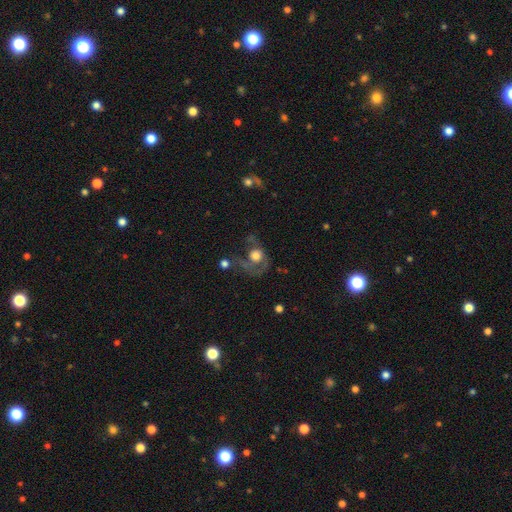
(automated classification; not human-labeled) A smooth galaxy with no disk features (50%). Merging: major disturbance (50%).